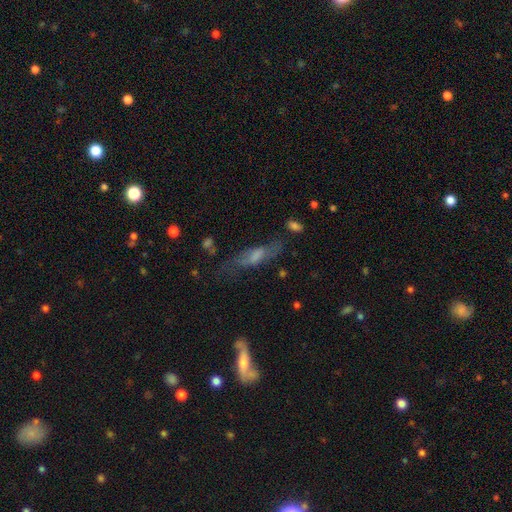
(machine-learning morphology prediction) Smooth or featured? Predicted: featured or disk (p=0.52). Edge-on disk? Predicted: no (p=0.52). Merging? Predicted: none (p=0.62).